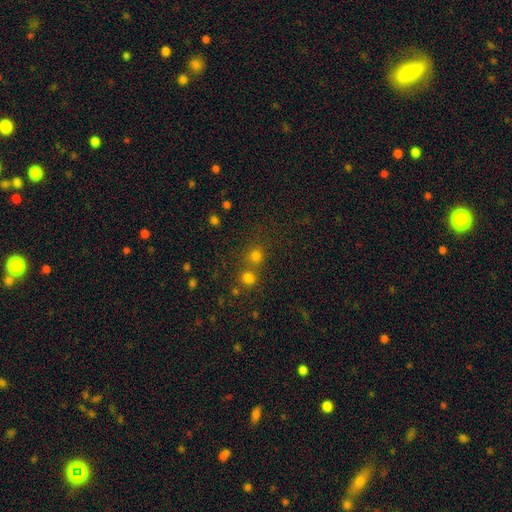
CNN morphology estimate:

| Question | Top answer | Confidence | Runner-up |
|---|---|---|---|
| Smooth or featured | smooth | 73% | star or artifact (21%) |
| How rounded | round | 89% | in between (10%) |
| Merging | none | 62% | merger (29%) |